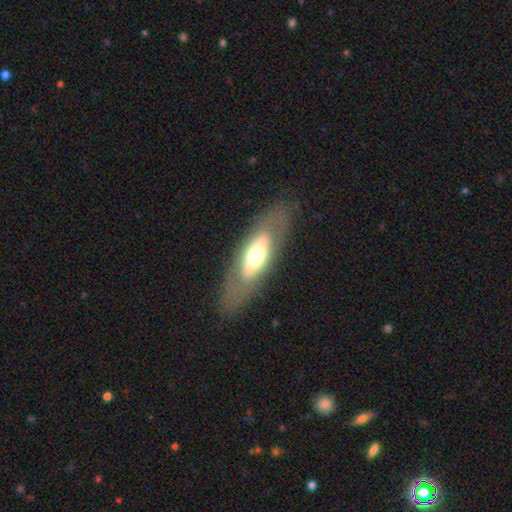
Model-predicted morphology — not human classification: This is possibly a smooth galaxy (50%). Merging: likely none (80%).